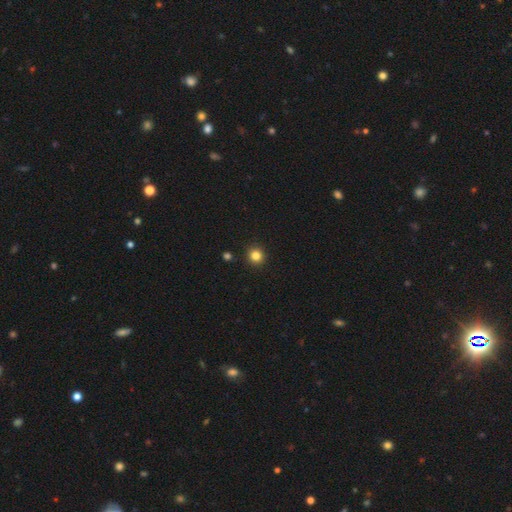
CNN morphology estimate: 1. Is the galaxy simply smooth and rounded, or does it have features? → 83% smooth, 12% star or artifact, 4% featured or disk.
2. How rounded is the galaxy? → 93% round, 6% in between, 1% cigar-shaped.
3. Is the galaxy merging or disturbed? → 92% none, 5% minor disturbance, 2% major disturbance, 2% merger.